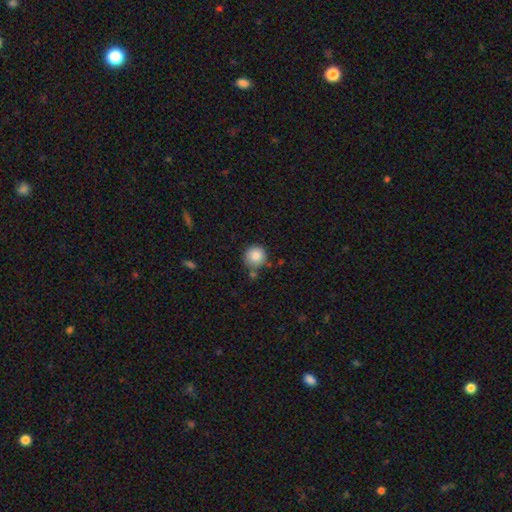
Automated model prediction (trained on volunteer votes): This is clearly a smooth galaxy (85%). How rounded: clearly round (93%). Merging: likely none (74%).